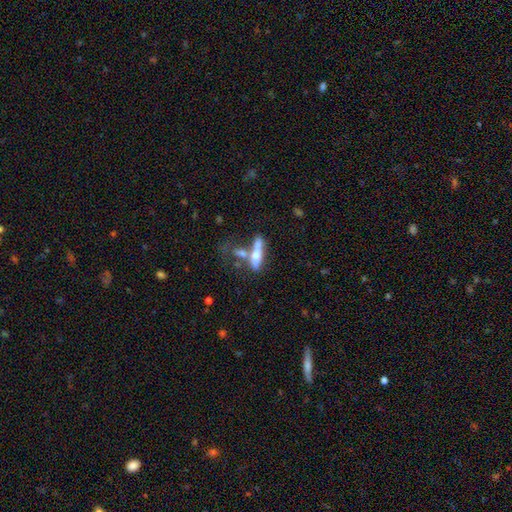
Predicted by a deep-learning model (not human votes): A smooth galaxy with no disk features (50%) that is cigar-shaped (70%). Merging: merger (38%).